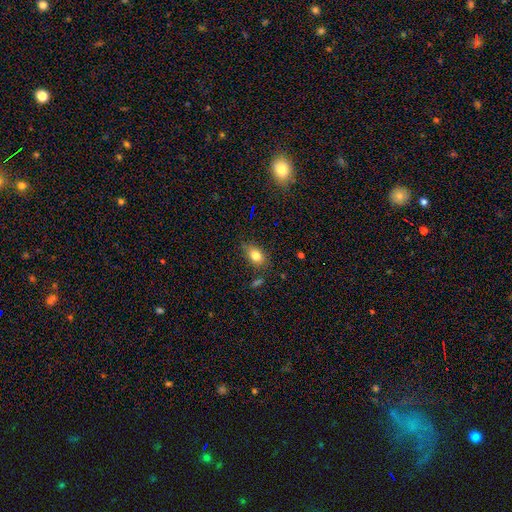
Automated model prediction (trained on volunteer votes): Q: Smooth or featured?
A: smooth (80%); runner-up: star or artifact (11%)
Q: How rounded?
A: in between (76%); runner-up: round (21%)
Q: Merging?
A: none (72%); runner-up: minor disturbance (20%)